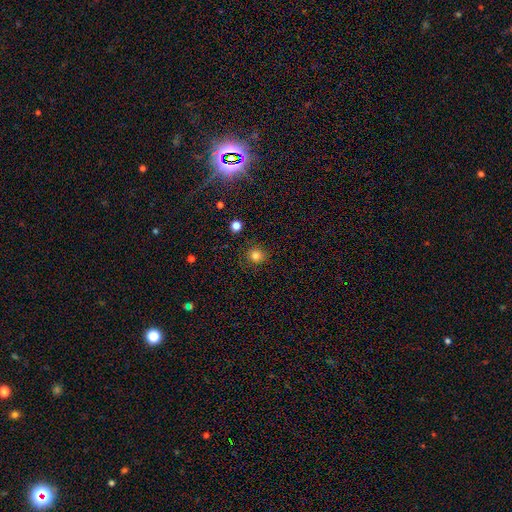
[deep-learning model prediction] Overall: smooth (81%). How rounded: round (90%). Merging: none (86%).